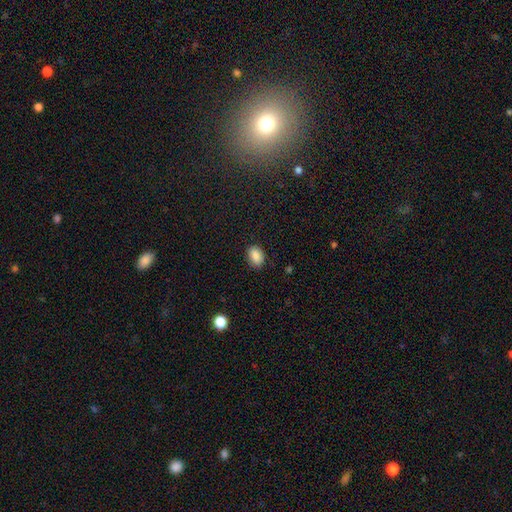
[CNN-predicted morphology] This appears to be a smooth galaxy with no disk features (88%) that is in between round and cigar-shaped (78%). Merging: none (86%).